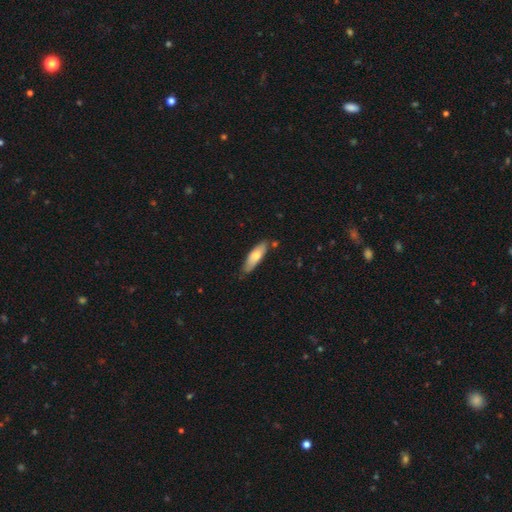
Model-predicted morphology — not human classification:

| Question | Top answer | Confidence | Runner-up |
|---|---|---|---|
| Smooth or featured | smooth | 69% | featured or disk (26%) |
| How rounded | cigar-shaped | 51% | in between (48%) |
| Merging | none | 74% | minor disturbance (20%) |